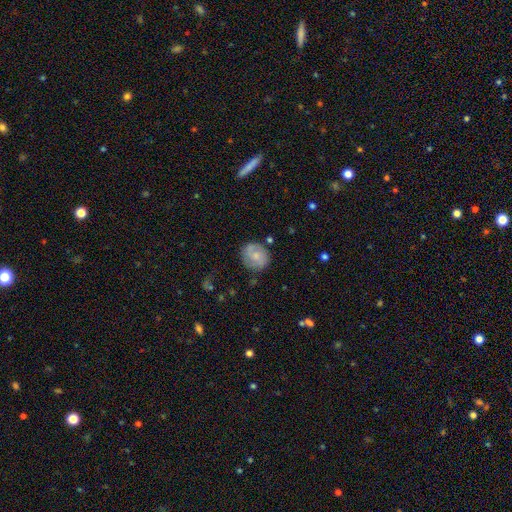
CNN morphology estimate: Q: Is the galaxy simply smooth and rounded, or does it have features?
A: smooth — 55%.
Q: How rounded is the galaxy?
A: round — 80%.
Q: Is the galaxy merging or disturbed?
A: none — 75%.